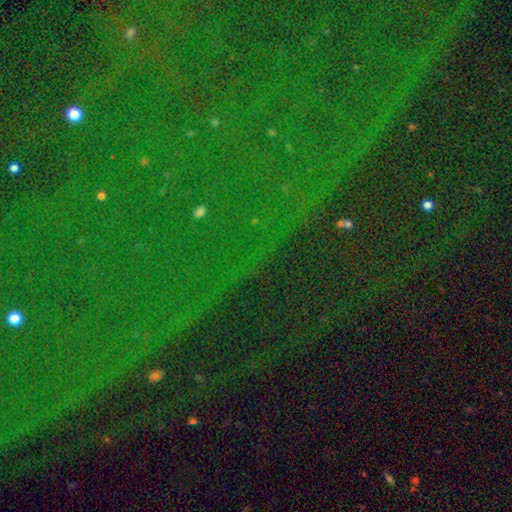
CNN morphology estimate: smooth_or_featured: star or artifact (p=0.86) [alt: smooth p=0.07]